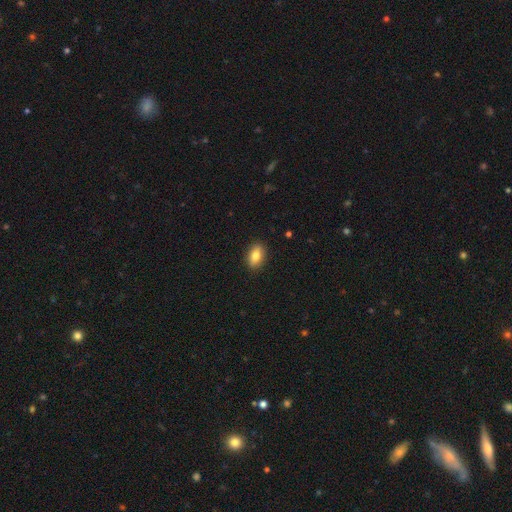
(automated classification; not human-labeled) Smooth or featured: smooth — 80% (featured or disk — 12%)
How rounded: in between — 86% (round — 9%)
Merging: none — 90% (minor disturbance — 8%)